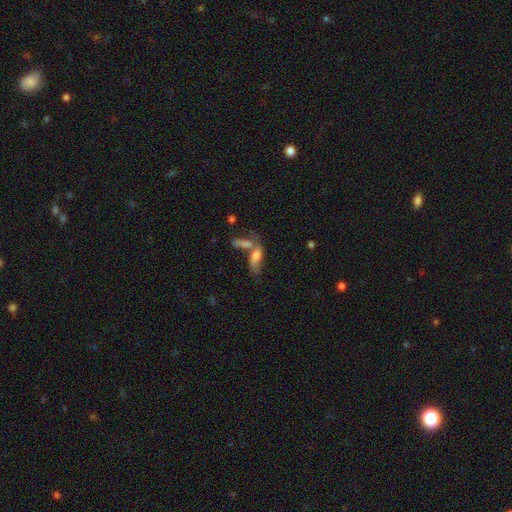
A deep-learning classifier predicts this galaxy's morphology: Smooth or featured? Predicted: smooth (p=0.60). How rounded? Predicted: in between (p=0.63). Merging? Predicted: merger (p=0.57).